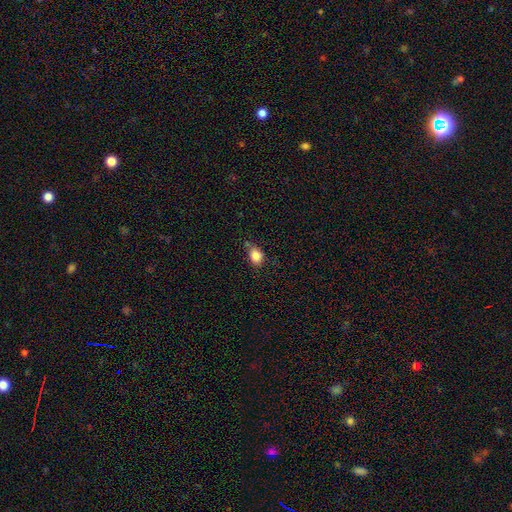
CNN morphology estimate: Smooth or featured?
  - smooth: 84% *
  - star or artifact: 10%
  - featured or disk: 6%
How rounded?
  - in between: 60% *
  - round: 39%
  - cigar-shaped: 1%
Merging?
  - none: 59% *
  - minor disturbance: 28%
  - merger: 7%
  - major disturbance: 6%